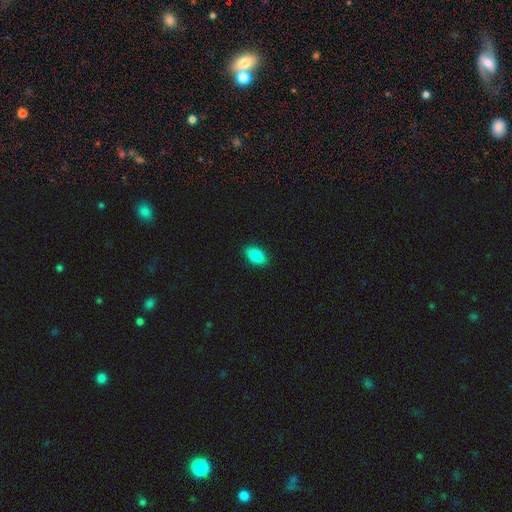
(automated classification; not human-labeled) Smooth or featured: smooth — 88% (star or artifact — 7%)
How rounded: in between — 92% (round — 4%)
Merging: none — 89% (minor disturbance — 8%)